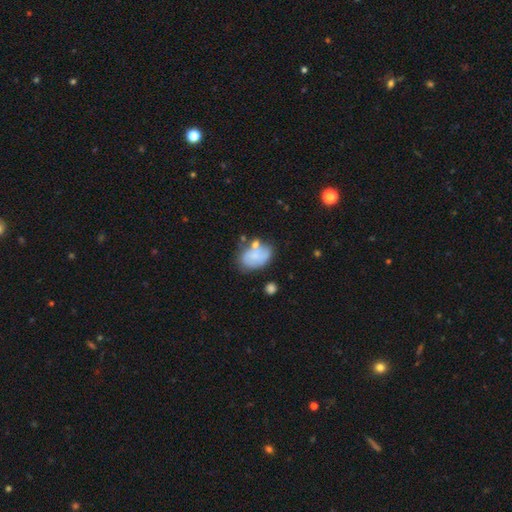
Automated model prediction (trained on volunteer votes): Smooth or featured?
  - smooth: 68% *
  - featured or disk: 23%
  - star or artifact: 8%
How rounded?
  - in between: 80% *
  - round: 19%
  - cigar-shaped: 1%
Merging?
  - none: 47% *
  - minor disturbance: 25%
  - merger: 17%
  - major disturbance: 11%